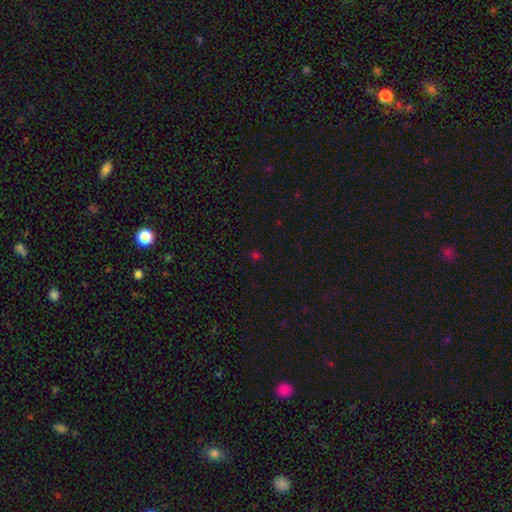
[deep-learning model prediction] smooth-or-featured: smooth: 48% | star or artifact: 46% | featured or disk: 6%
  merging: none: 79% | minor disturbance: 12% | major disturbance: 5% | merger: 5%